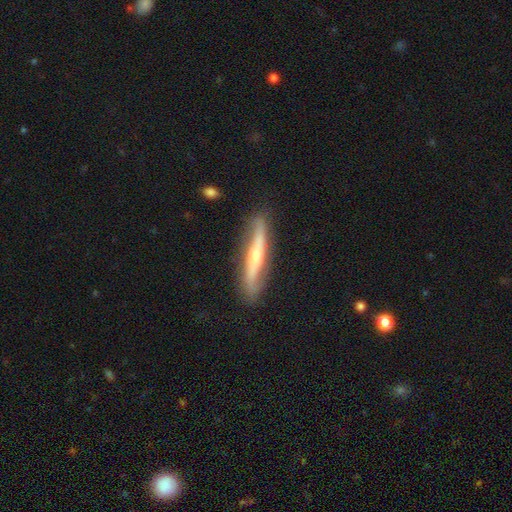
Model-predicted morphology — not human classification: featured or disk 65%, smooth 30%, star or artifact 6%. Down the decision tree: edge-on disk — yes (76%); merging — none (82%).